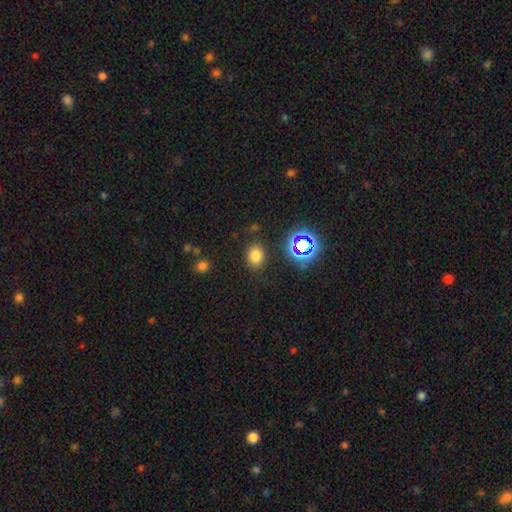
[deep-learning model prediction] A smooth galaxy with no disk features (73%) that is in between round and cigar-shaped (53%).

Vote fractions:
- Smooth or featured? smooth: 73% / star or artifact: 20% / featured or disk: 7%
- How rounded? in between: 53% / round: 46% / cigar-shaped: 1%
- Merging? none: 83% / minor disturbance: 11% / major disturbance: 4% / merger: 2%